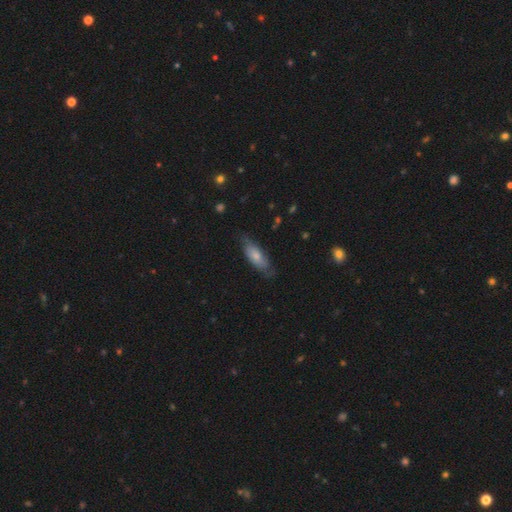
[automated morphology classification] smooth_or_featured: smooth (p=0.65) [alt: featured or disk p=0.29]
how_rounded: in between (p=0.68) [alt: cigar-shaped p=0.30]
merging: none (p=0.68) [alt: minor disturbance p=0.25]